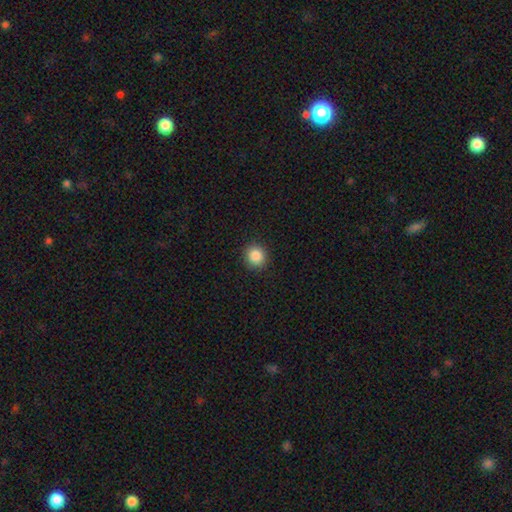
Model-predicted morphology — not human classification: Overall: smooth (87%). How rounded: round (90%). Merging: none (91%).